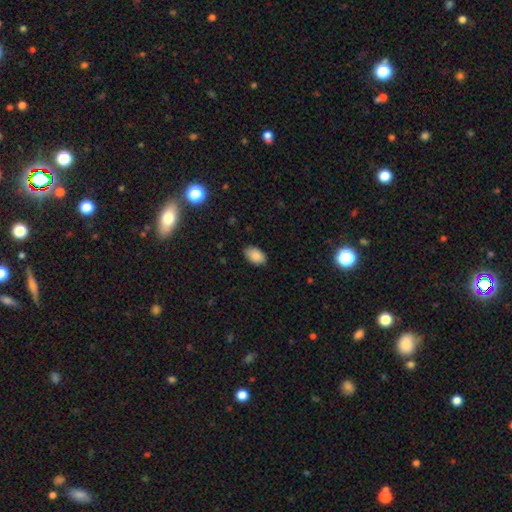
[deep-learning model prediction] Smooth or featured: smooth — 88% (star or artifact — 7%)
How rounded: in between — 92% (round — 7%)
Merging: none — 85% (minor disturbance — 12%)